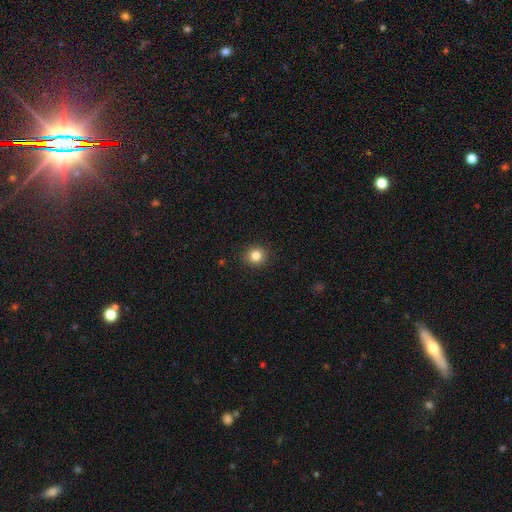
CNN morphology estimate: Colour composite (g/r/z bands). It shows a smooth galaxy with no disk features (84%) that is round (93%). Merging: none (92%).